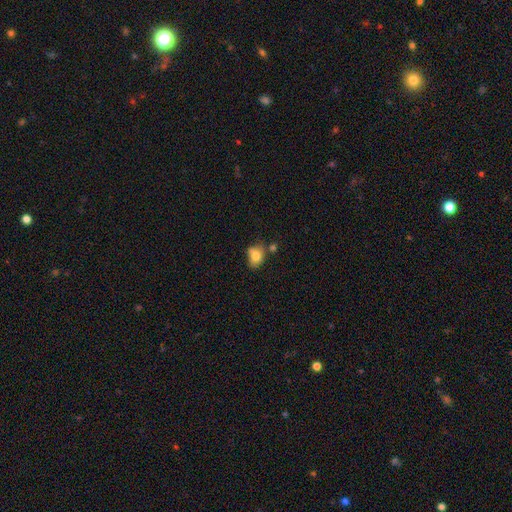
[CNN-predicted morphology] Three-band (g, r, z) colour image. It shows a smooth galaxy with no disk features (76%) that is in between round and cigar-shaped (61%). Merging: none (49%).